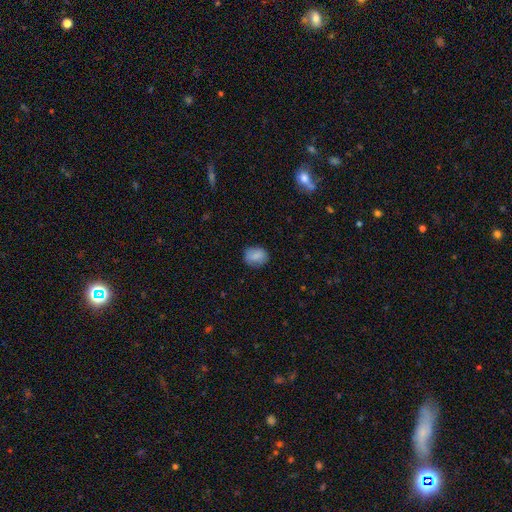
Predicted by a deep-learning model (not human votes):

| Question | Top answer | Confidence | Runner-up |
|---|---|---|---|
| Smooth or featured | smooth | 83% | featured or disk (9%) |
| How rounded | in between | 53% | round (46%) |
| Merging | none | 78% | minor disturbance (17%) |